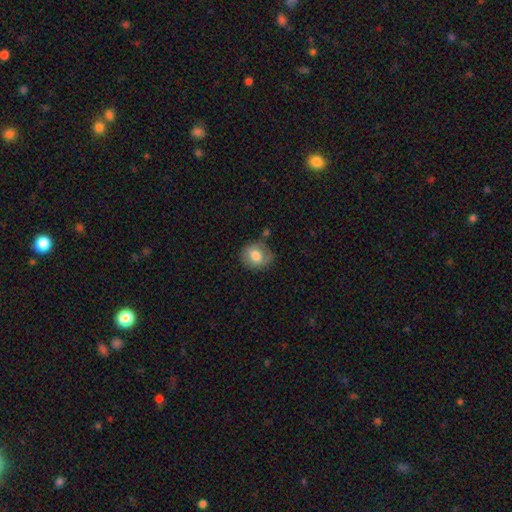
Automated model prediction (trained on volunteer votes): A smooth galaxy with no disk features (71%) that is round (69%). Merging: none (66%).